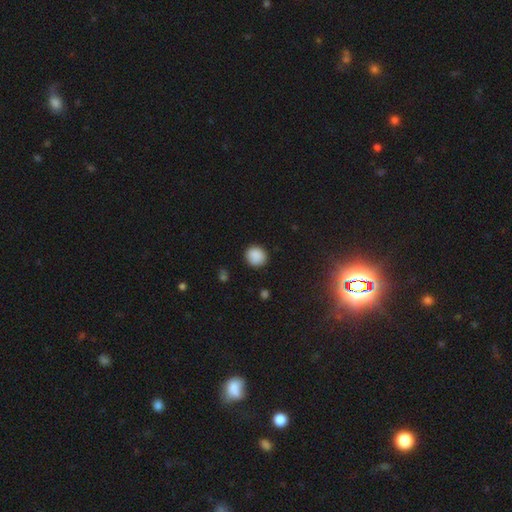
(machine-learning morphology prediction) This appears to be a smooth galaxy with no disk features (88%) that is round (87%). Merging: none (86%).